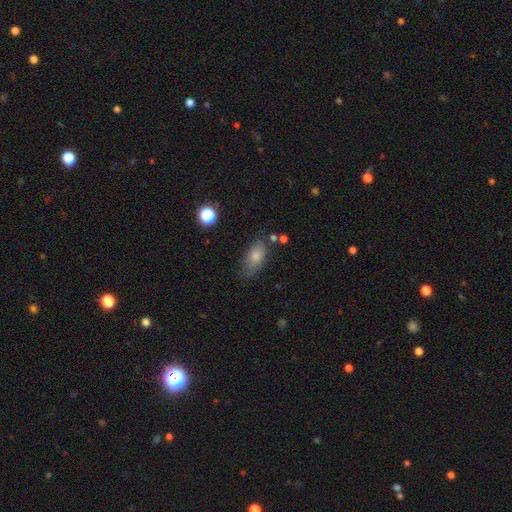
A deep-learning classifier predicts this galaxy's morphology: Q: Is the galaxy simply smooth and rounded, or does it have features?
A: smooth — 73%.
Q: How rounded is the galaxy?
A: in between — 82%.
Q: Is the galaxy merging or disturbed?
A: none — 75%.